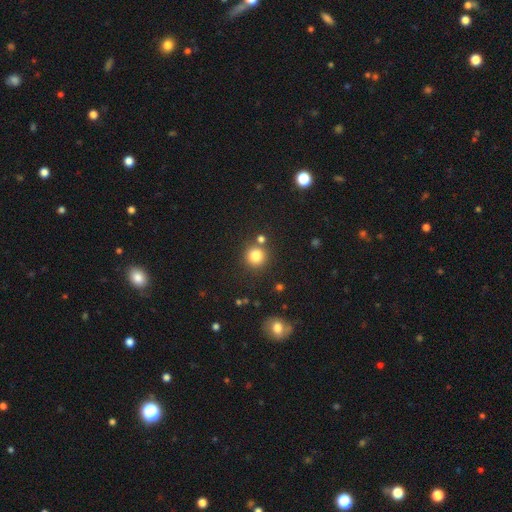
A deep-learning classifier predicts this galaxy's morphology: A smooth galaxy with no disk features (82%) that is round (92%).

Vote fractions:
- Smooth or featured? smooth: 82% / star or artifact: 12% / featured or disk: 6%
- How rounded? round: 92% / in between: 7% / cigar-shaped: 1%
- Merging? none: 78% / merger: 11% / minor disturbance: 8% / major disturbance: 3%